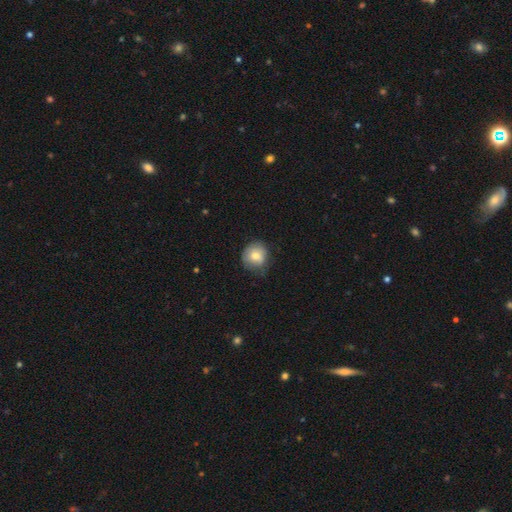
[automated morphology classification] Smooth or featured? smooth (75%)
How rounded? round (85%)
Merging? none (67%)